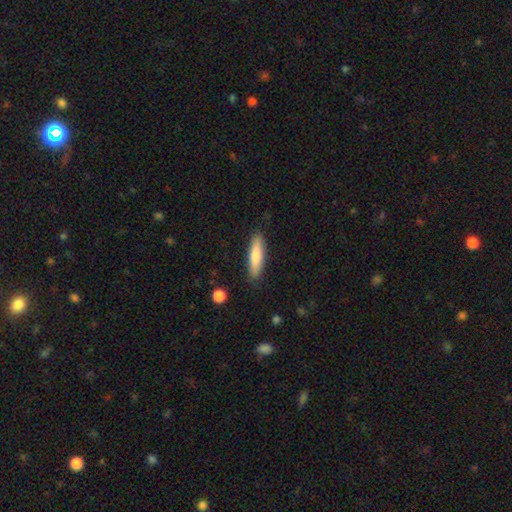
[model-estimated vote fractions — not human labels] smooth-or-featured: smooth: 80% | featured or disk: 15% | star or artifact: 5%
  how-rounded: cigar-shaped: 74% | in between: 25% | round: 1%
  merging: none: 87% | minor disturbance: 9% | major disturbance: 2% | merger: 1%